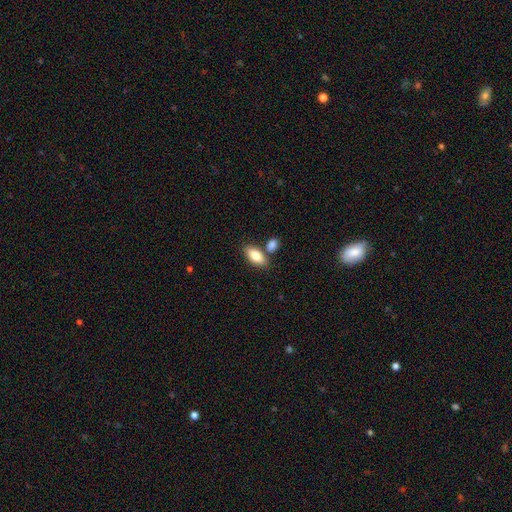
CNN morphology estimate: This appears to be a smooth galaxy with no disk features (82%) that is in between round and cigar-shaped (88%). Merging: none (68%).